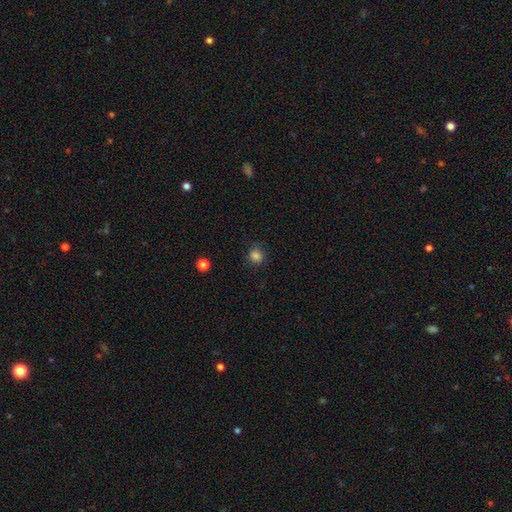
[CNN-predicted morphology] smooth 84%, star or artifact 12%, featured or disk 4%. Down the decision tree: how rounded — round (81%); merging — none (81%).